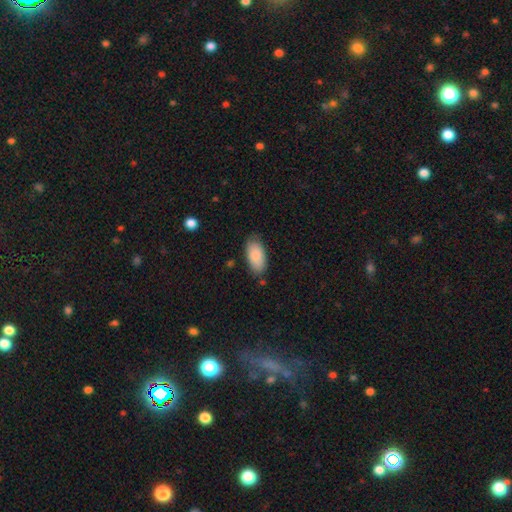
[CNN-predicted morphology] Smooth or featured: smooth — 86% (featured or disk — 8%)
How rounded: in between — 94% (cigar-shaped — 4%)
Merging: none — 75% (minor disturbance — 19%)